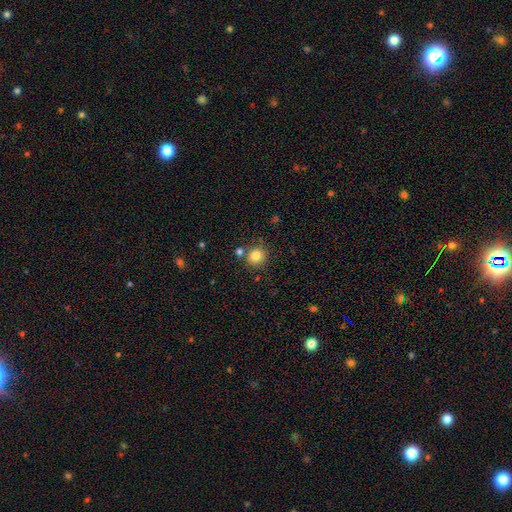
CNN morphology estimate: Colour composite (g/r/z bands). It shows a smooth galaxy with no disk features (82%) that is round (91%). Merging: none (78%).